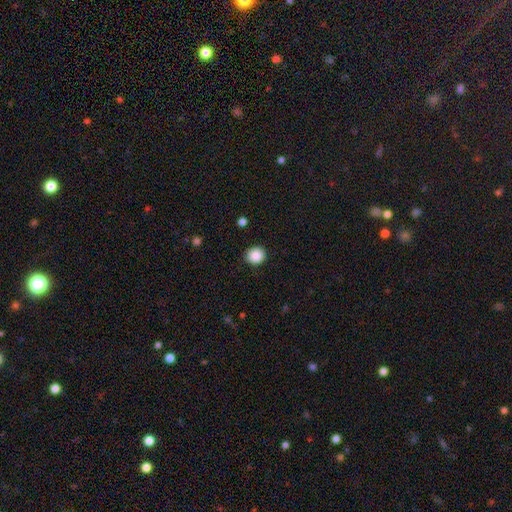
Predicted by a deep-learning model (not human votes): Smooth or featured: smooth — 88% (star or artifact — 9%)
How rounded: round — 88% (in between — 11%)
Merging: none — 90% (minor disturbance — 7%)